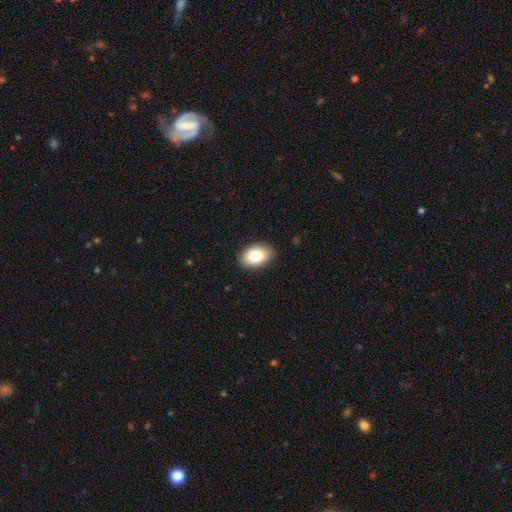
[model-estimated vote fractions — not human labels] smooth_or_featured: smooth (p=0.82) [alt: featured or disk p=0.10]
how_rounded: in between (p=0.88) [alt: round p=0.11]
merging: none (p=0.89) [alt: minor disturbance p=0.08]